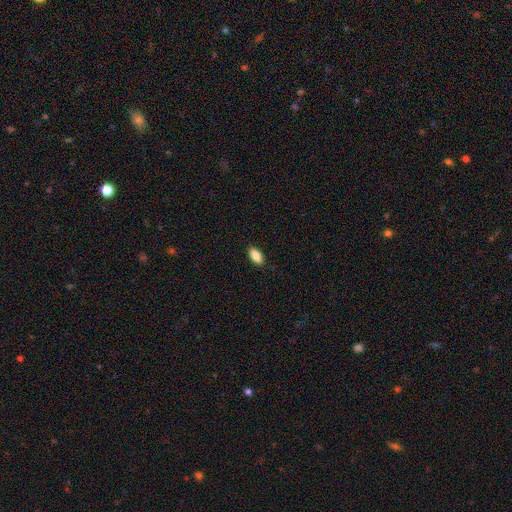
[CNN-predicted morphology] A smooth galaxy with no disk features (85%) that is in between round and cigar-shaped (88%).

Vote fractions:
- Smooth or featured? smooth: 85% / featured or disk: 9% / star or artifact: 7%
- How rounded? in between: 88% / cigar-shaped: 10% / round: 3%
- Merging? none: 89% / minor disturbance: 8% / major disturbance: 2% / merger: 1%